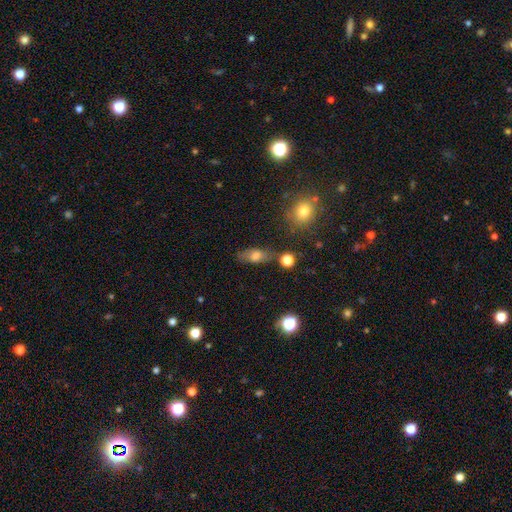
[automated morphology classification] Smooth or featured?
  - smooth: 69% *
  - featured or disk: 20%
  - star or artifact: 11%
How rounded?
  - in between: 75% *
  - cigar-shaped: 15%
  - round: 10%
Merging?
  - none: 66% *
  - minor disturbance: 18%
  - merger: 9%
  - major disturbance: 7%